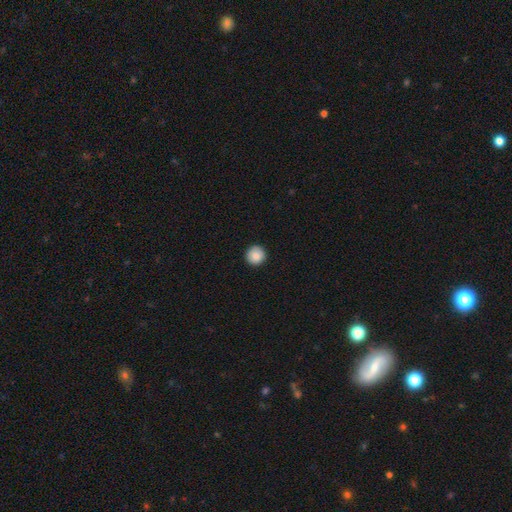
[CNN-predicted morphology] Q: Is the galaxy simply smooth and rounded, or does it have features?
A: smooth — 86%.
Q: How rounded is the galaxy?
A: round — 95%.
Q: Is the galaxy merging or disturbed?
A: none — 91%.